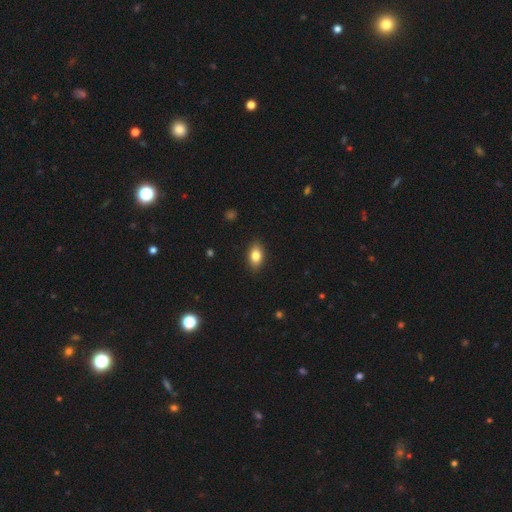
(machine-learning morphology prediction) Smooth or featured?
  - smooth: 82% *
  - featured or disk: 9%
  - star or artifact: 8%
How rounded?
  - in between: 88% *
  - round: 9%
  - cigar-shaped: 3%
Merging?
  - none: 89% *
  - minor disturbance: 9%
  - major disturbance: 2%
  - merger: 1%